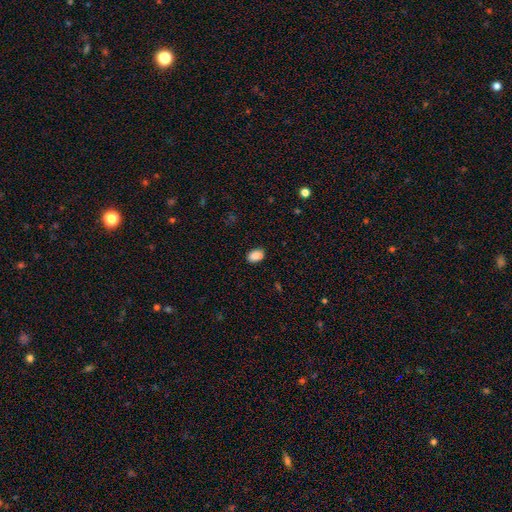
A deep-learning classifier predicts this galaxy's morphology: Smooth or featured? Predicted: smooth (p=0.87). How rounded? Predicted: in between (p=0.85). Merging? Predicted: none (p=0.76).